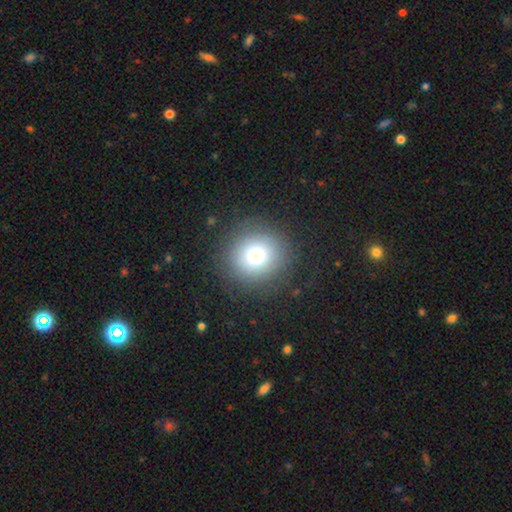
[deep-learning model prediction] A smooth galaxy with no disk features (74%) that is round (91%). Merging: none (85%).